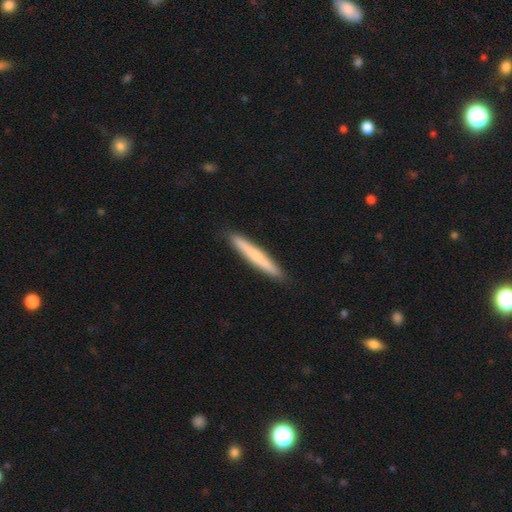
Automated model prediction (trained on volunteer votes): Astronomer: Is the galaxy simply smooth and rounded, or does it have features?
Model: smooth — 64%.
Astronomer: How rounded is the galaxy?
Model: cigar-shaped — 96%.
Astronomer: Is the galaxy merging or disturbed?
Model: none — 92%.